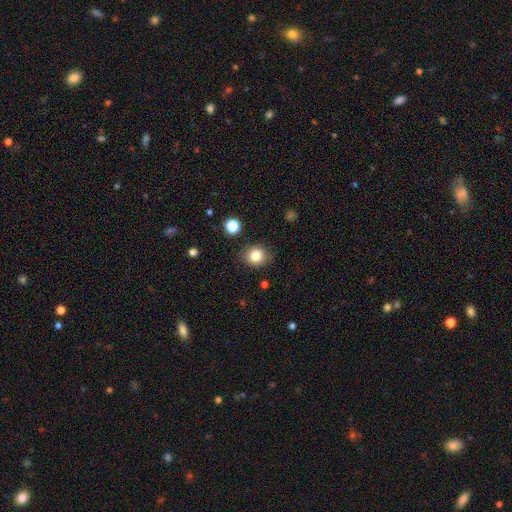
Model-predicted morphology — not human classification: A smooth galaxy with no disk features (82%) that is round (70%).

Vote fractions:
- Smooth or featured? smooth: 82% / star or artifact: 11% / featured or disk: 7%
- How rounded? round: 70% / in between: 29% / cigar-shaped: 1%
- Merging? none: 86% / minor disturbance: 10% / major disturbance: 3% / merger: 2%